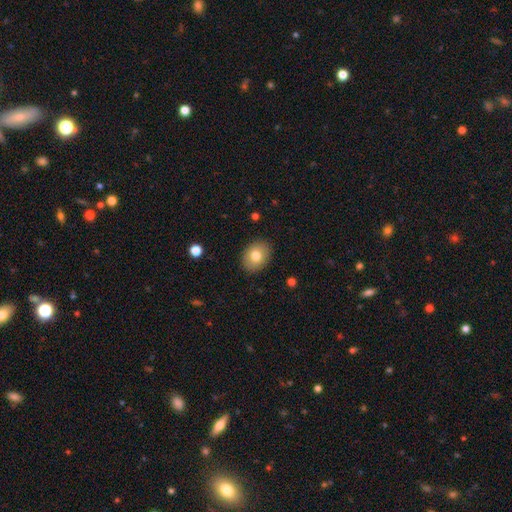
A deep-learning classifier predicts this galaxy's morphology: Smooth or featured: smooth — 78% (featured or disk — 14%)
How rounded: in between — 64% (round — 35%)
Merging: none — 88% (minor disturbance — 9%)